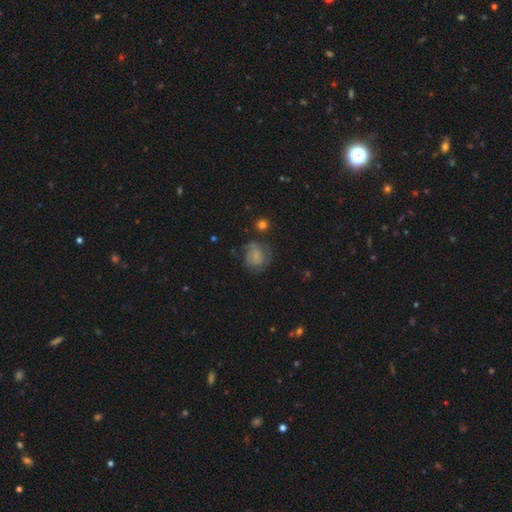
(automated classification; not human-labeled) This appears to be a smooth galaxy with no disk features (52%) that is round (65%). Merging: none (49%).